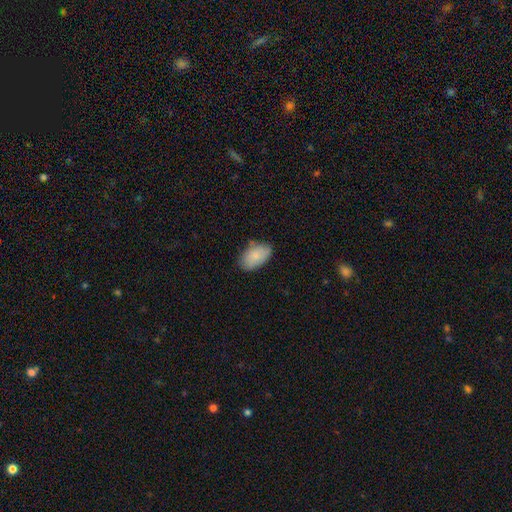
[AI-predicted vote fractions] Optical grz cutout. It shows a smooth galaxy with no disk features (82%) that is in between round and cigar-shaped (93%). Merging: none (73%).